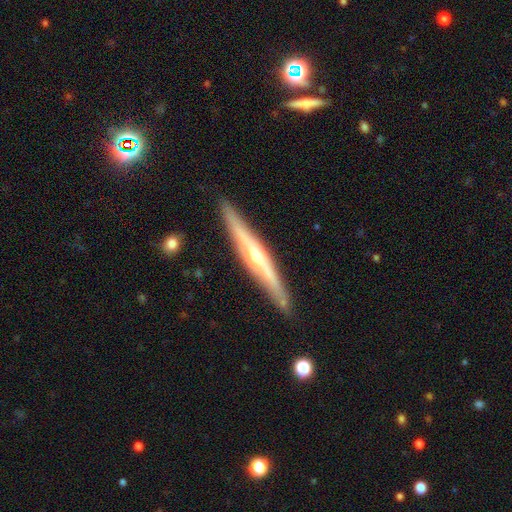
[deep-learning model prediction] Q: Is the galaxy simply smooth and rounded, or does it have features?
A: featured or disk — 77%.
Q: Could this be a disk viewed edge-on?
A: yes — 96%.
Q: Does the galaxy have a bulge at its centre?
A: rounded — 84%.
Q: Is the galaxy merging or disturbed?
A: none — 89%.